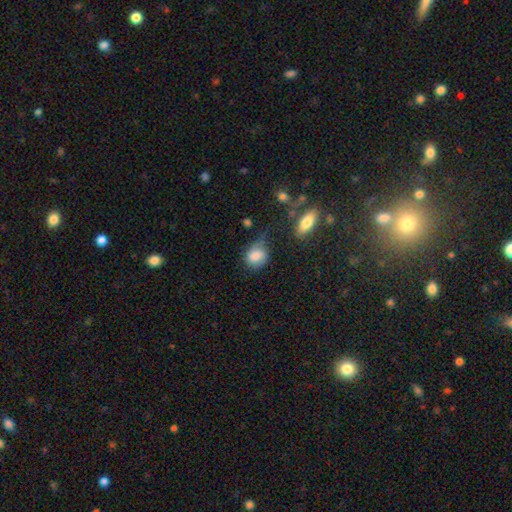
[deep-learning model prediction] Smooth or featured: smooth — 78% (featured or disk — 14%)
How rounded: in between — 53% (round — 46%)
Merging: none — 39% (minor disturbance — 34%)